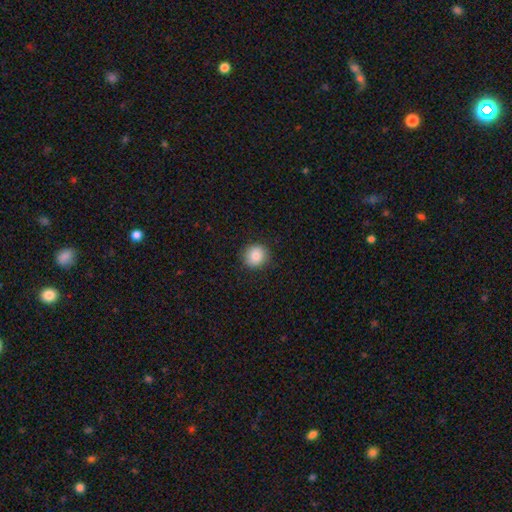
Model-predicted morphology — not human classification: smooth_or_featured: smooth (p=0.86) [alt: star or artifact p=0.09]
how_rounded: round (p=0.90) [alt: in between p=0.09]
merging: none (p=0.89) [alt: minor disturbance p=0.08]